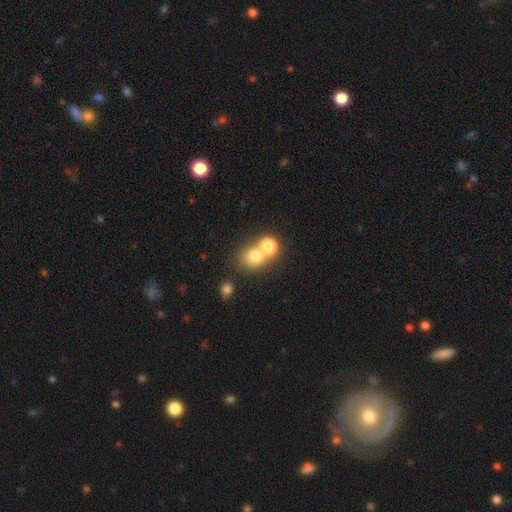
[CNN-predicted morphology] smooth 74%, star or artifact 14%, featured or disk 12%. Down the decision tree: how rounded — round (72%); merging — merger (52%).